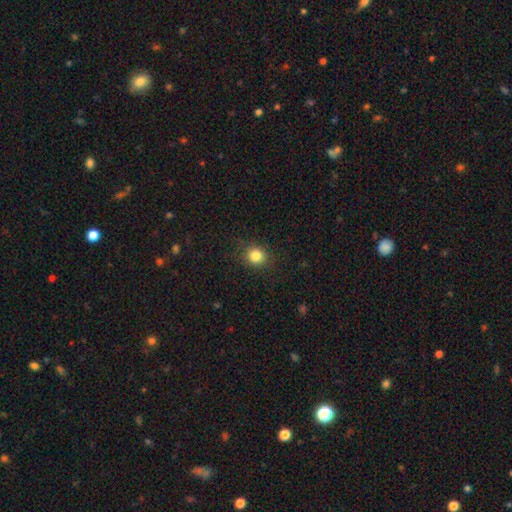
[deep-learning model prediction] Smooth or featured? Predicted: smooth (p=0.84). How rounded? Predicted: round (p=0.82). Merging? Predicted: none (p=0.87).